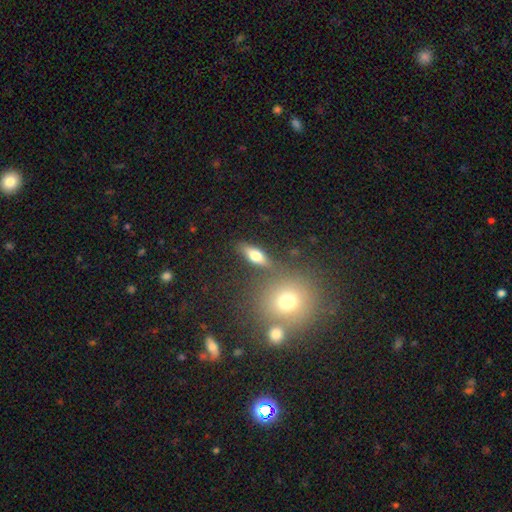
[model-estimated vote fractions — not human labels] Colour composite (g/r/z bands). It shows a smooth galaxy with no disk features (63%) that is in between round and cigar-shaped (63%). Merging: none (75%).